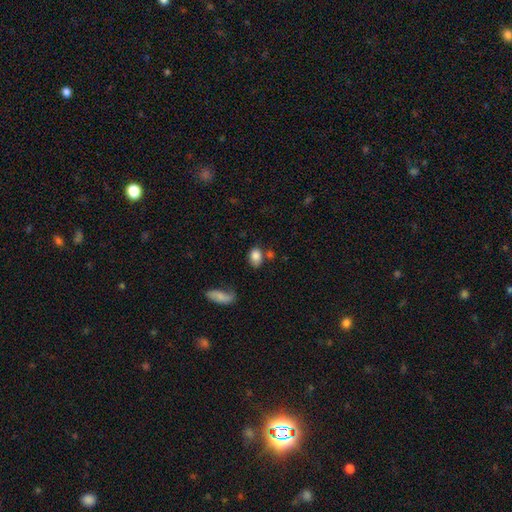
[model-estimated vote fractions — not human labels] Overall: smooth (84%). How rounded: in between (78%). Merging: none (61%).